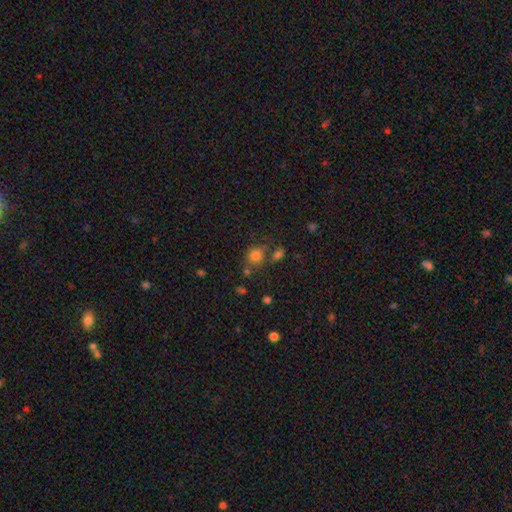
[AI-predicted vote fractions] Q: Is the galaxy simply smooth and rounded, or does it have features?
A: smooth — 76%.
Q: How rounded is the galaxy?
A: round — 72%.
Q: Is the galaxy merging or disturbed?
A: none — 56%.